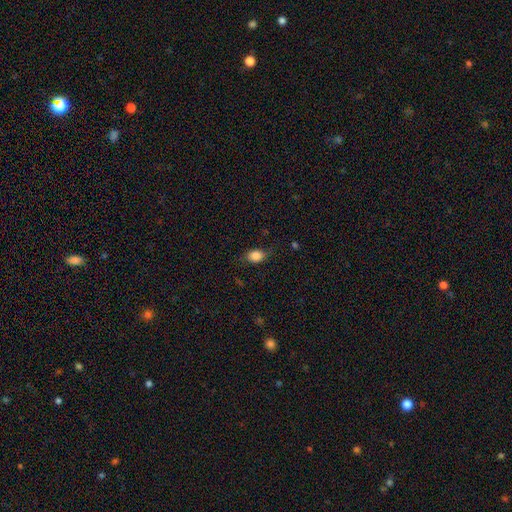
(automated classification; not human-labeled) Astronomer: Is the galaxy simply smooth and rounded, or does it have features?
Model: smooth — 83%.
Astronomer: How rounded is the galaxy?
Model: in between — 69%.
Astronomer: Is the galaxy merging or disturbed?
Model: none — 70%.